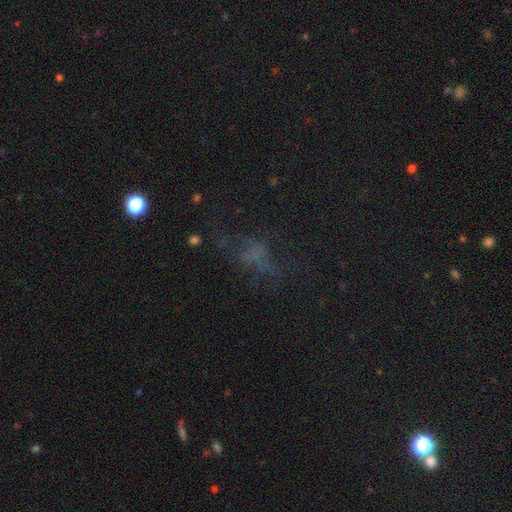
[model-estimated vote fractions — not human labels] Smooth or featured? smooth (35%)
Merging? none (48%)